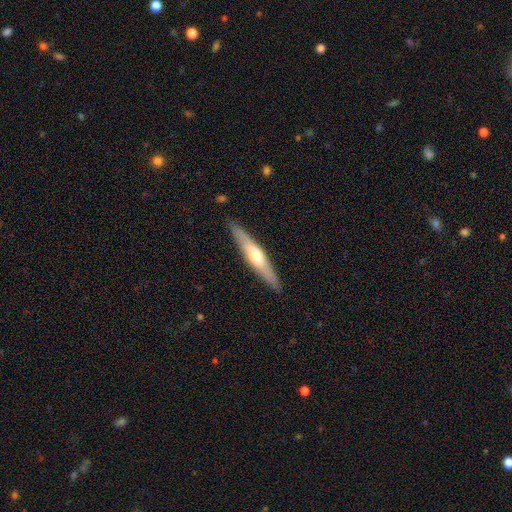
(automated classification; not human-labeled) Morphology: type=featured or disk (55%); edge-on=yes (93%); edge-on bulge=rounded (85%); merging=none (89%).